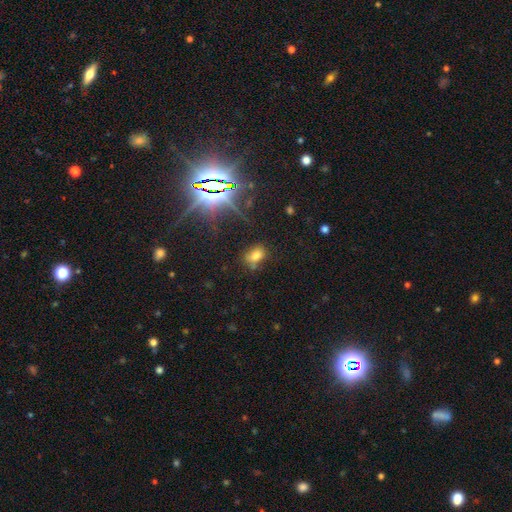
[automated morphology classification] Smooth or featured: smooth — 69% (star or artifact — 22%)
How rounded: in between — 80% (round — 18%)
Merging: none — 68% (minor disturbance — 17%)